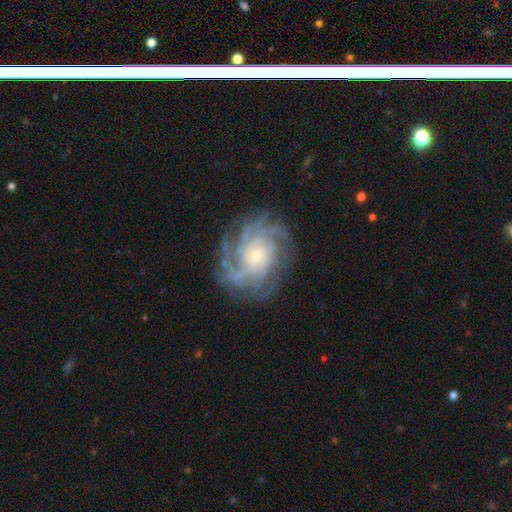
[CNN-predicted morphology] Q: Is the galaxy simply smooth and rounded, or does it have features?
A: featured or disk — 87%.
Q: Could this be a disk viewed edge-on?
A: no — 97%.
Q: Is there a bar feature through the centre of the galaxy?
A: no — 76%.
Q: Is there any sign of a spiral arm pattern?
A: yes — 97%.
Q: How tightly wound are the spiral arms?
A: tight — 65%.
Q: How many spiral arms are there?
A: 4 — 26%.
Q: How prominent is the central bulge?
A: small — 72%.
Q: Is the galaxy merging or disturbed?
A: none — 78%.